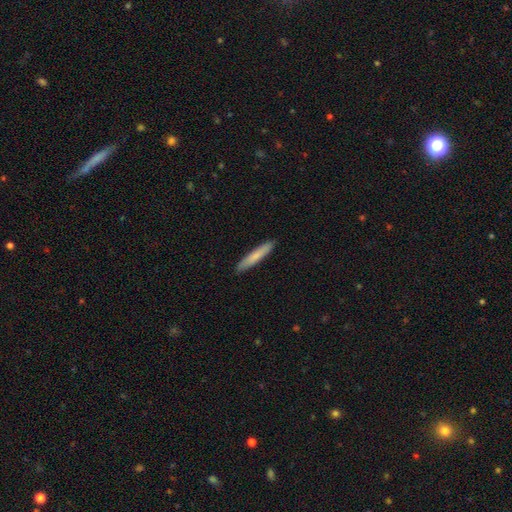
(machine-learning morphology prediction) Q: Smooth or featured?
A: smooth (78%); runner-up: featured or disk (17%)
Q: How rounded?
A: cigar-shaped (94%); runner-up: in between (5%)
Q: Merging?
A: none (91%); runner-up: minor disturbance (6%)